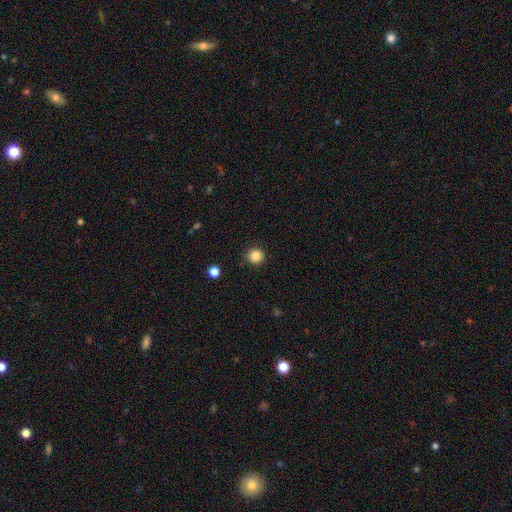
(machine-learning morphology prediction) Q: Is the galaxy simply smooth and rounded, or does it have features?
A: smooth — 84%.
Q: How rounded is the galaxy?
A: round — 94%.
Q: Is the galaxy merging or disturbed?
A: none — 90%.